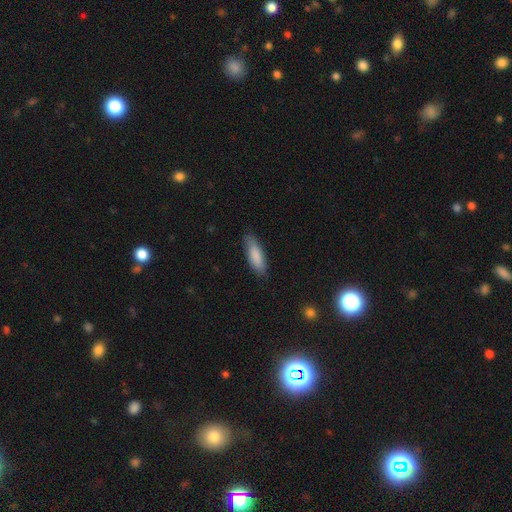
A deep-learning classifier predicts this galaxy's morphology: Smooth or featured? Predicted: smooth (p=0.85). How rounded? Predicted: in between (p=0.52). Merging? Predicted: none (p=0.79).